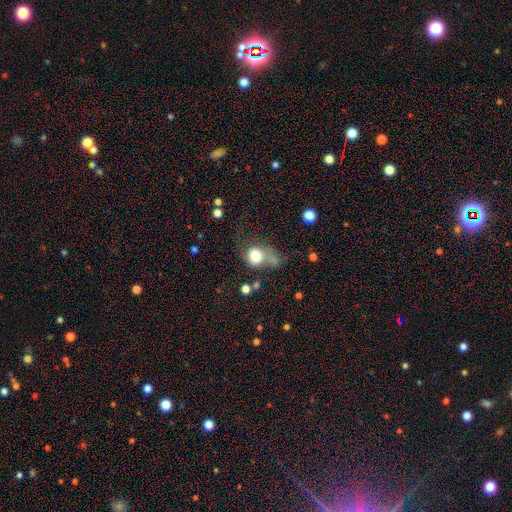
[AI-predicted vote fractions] Morphology: type=smooth (72%); roundness=round (66%); merging=major disturbance (33%).